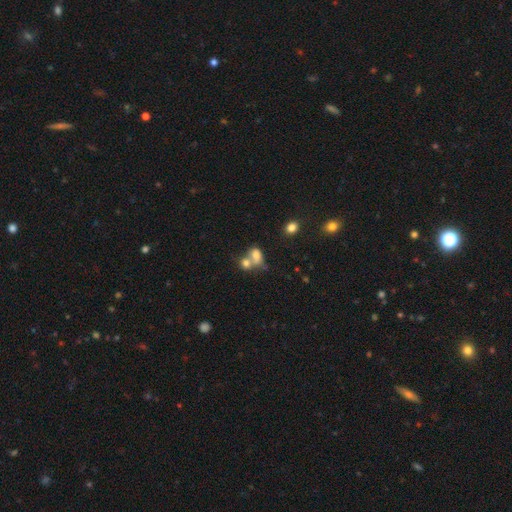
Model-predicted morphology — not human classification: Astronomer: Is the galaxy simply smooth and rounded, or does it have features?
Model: smooth — 71%.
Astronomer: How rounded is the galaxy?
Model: in between — 63%.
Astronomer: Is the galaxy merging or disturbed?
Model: merger — 65%.